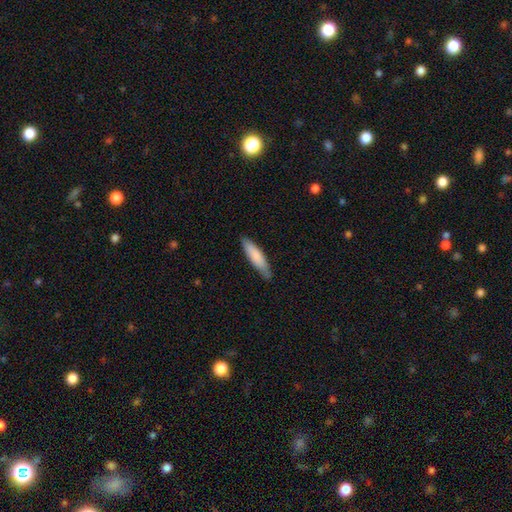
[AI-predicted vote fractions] smooth-or-featured: smooth: 80% | featured or disk: 15% | star or artifact: 5%
  how-rounded: cigar-shaped: 73% | in between: 26% | round: 1%
  merging: none: 79% | minor disturbance: 17% | major disturbance: 2% | merger: 1%